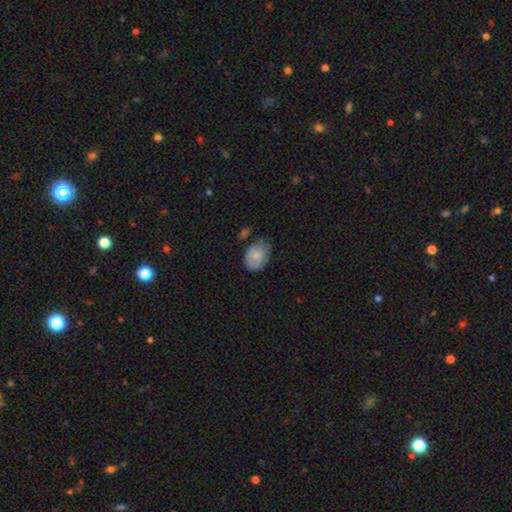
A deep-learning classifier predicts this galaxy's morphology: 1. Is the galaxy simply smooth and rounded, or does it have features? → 80% smooth, 14% featured or disk, 7% star or artifact.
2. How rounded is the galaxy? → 74% in between, 25% round, 1% cigar-shaped.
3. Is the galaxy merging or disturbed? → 60% none, 28% minor disturbance, 7% major disturbance, 4% merger.